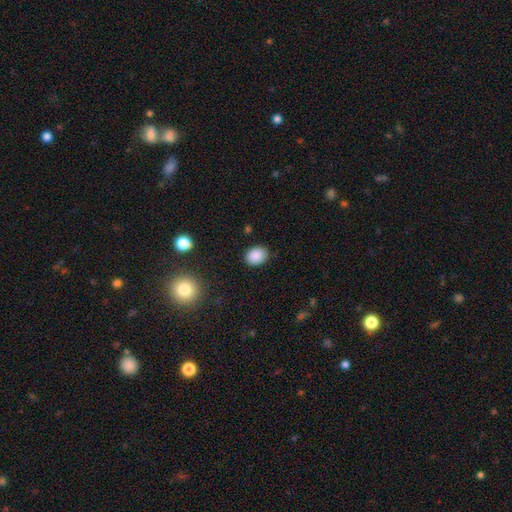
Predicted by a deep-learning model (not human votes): smooth_or_featured: smooth (p=0.88) [alt: star or artifact p=0.09]
how_rounded: in between (p=0.59) [alt: round p=0.40]
merging: none (p=0.86) [alt: minor disturbance p=0.10]